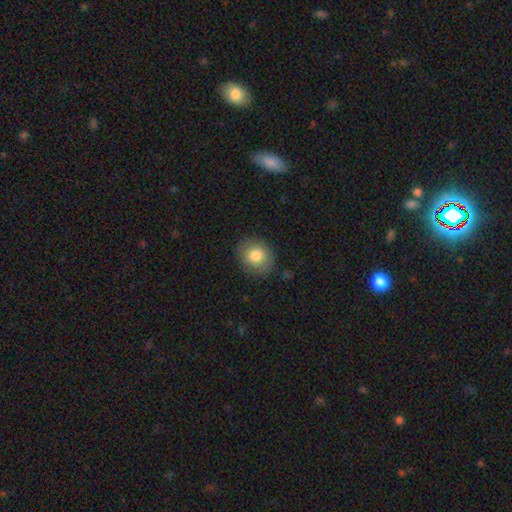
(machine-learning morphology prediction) This appears to be a smooth galaxy with no disk features (80%) that is round (69%). Merging: none (87%).